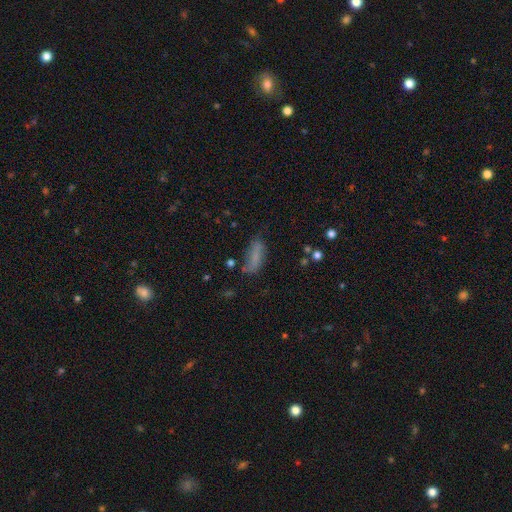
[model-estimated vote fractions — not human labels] The model was most divided on "how rounded": in between: 62%, cigar-shaped: 35%, round: 3%. More confident: smooth or featured — smooth (71%); merging — none (58%).